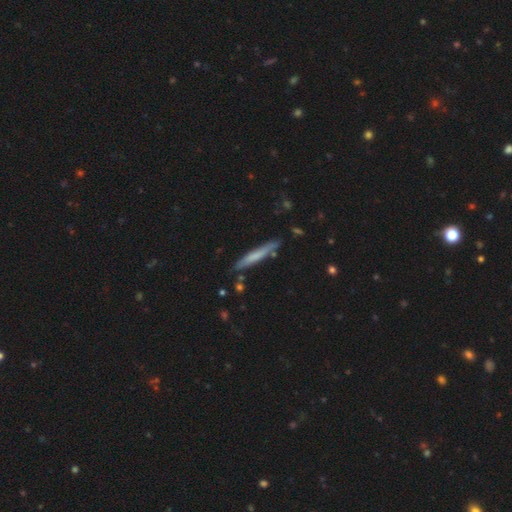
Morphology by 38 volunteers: Smooth or featured? smooth (58%)
How rounded? cigar-shaped (100%)
Merging? none (81%)